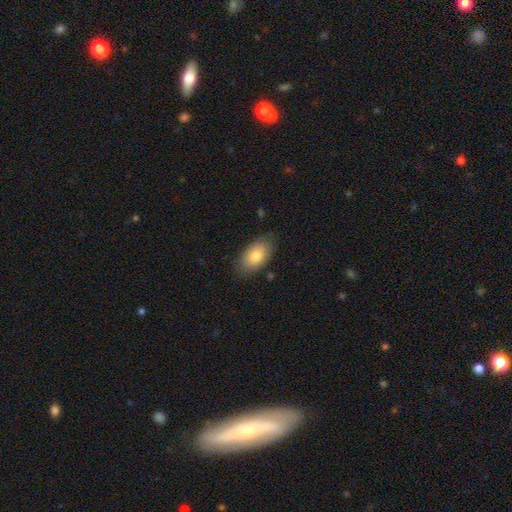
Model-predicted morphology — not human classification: smooth_or_featured: smooth (p=0.80) [alt: featured or disk p=0.13]
how_rounded: in between (p=0.93) [alt: round p=0.05]
merging: none (p=0.80) [alt: minor disturbance p=0.15]